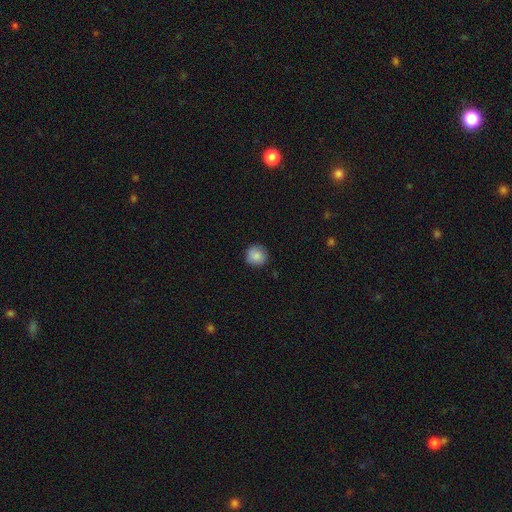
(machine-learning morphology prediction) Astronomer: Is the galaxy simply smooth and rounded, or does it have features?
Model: smooth — 87%.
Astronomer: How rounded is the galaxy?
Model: round — 94%.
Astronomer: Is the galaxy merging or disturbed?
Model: none — 87%.